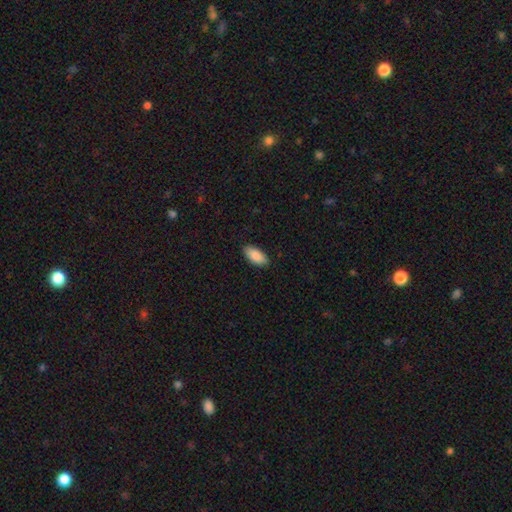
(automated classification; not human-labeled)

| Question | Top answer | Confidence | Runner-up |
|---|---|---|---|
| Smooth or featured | smooth | 89% | star or artifact (6%) |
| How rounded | in between | 92% | cigar-shaped (7%) |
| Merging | none | 88% | minor disturbance (9%) |